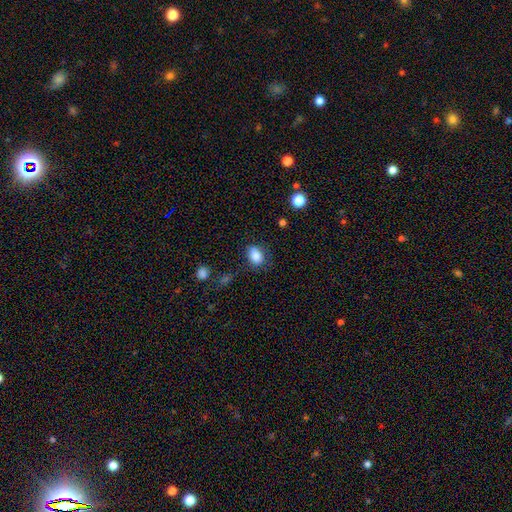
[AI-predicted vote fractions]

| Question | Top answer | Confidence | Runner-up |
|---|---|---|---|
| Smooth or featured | smooth | 85% | star or artifact (9%) |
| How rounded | in between | 75% | round (24%) |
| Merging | none | 70% | minor disturbance (21%) |